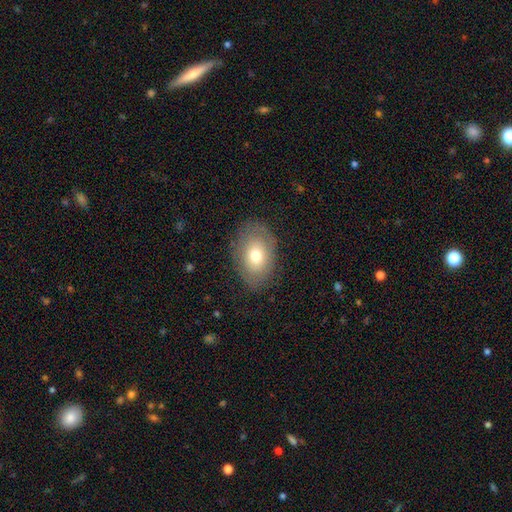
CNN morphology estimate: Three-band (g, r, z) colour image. It shows a smooth galaxy with no disk features (69%) that is in between round and cigar-shaped (81%). Merging: none (81%).